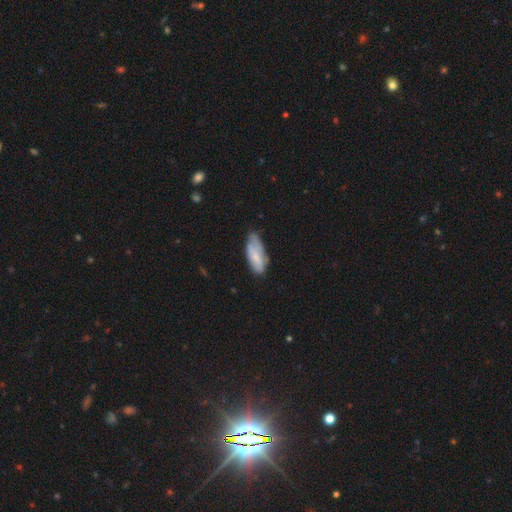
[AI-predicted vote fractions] Smooth or featured? Predicted: smooth (p=0.66). How rounded? Predicted: in between (p=0.76). Merging? Predicted: none (p=0.49).